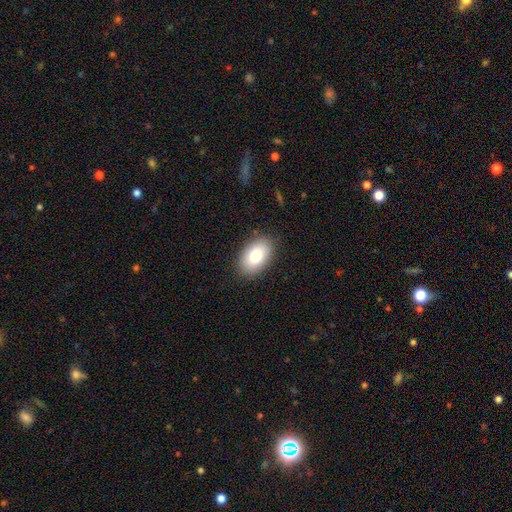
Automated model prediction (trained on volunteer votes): smooth_or_featured: smooth (p=0.81) [alt: featured or disk p=0.12]
how_rounded: in between (p=0.92) [alt: round p=0.06]
merging: none (p=0.86) [alt: minor disturbance p=0.10]